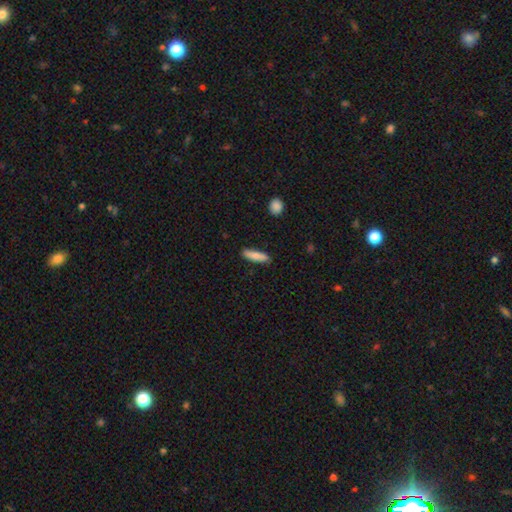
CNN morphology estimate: Smooth or featured? Predicted: smooth (p=0.79). How rounded? Predicted: cigar-shaped (p=0.67). Merging? Predicted: none (p=0.87).